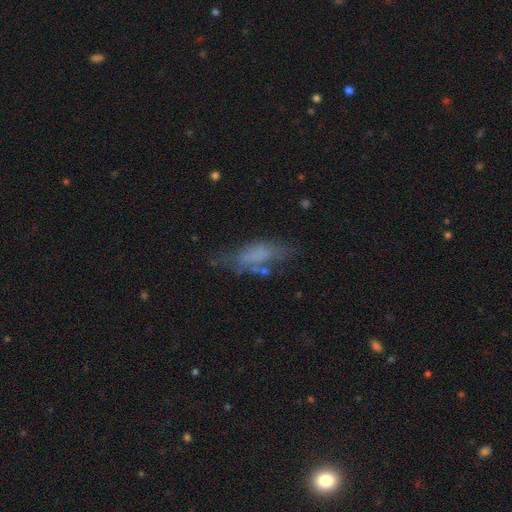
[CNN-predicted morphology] type=smooth (56%); roundness=in between (66%); merging=none (45%).